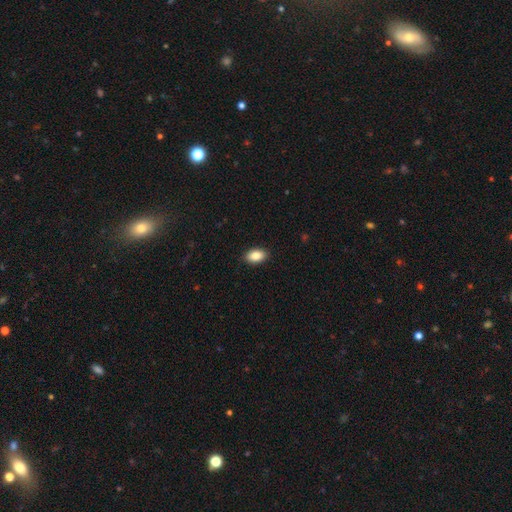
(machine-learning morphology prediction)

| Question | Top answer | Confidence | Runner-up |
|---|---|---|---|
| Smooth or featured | smooth | 87% | star or artifact (7%) |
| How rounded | in between | 92% | round (6%) |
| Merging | none | 90% | minor disturbance (8%) |